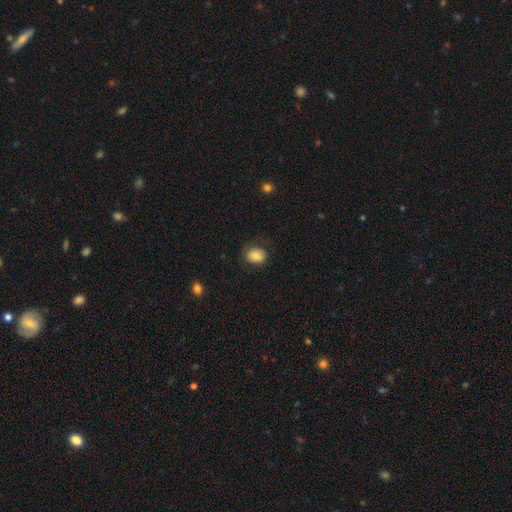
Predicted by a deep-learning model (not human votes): A smooth galaxy with no disk features (79%) that is in between round and cigar-shaped (64%). Merging: none (73%).